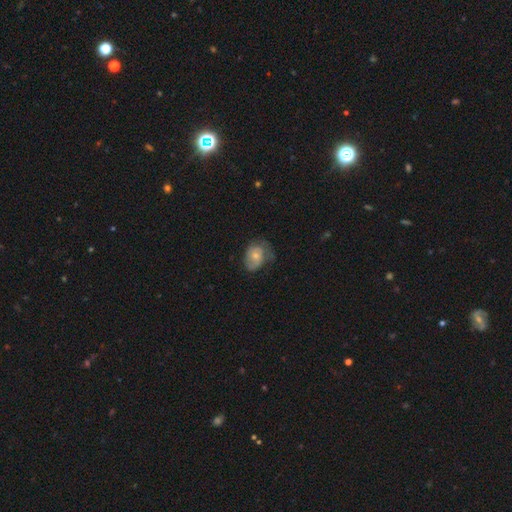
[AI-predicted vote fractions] Smooth or featured? smooth (51%)
How rounded? in between (66%)
Merging? none (39%)